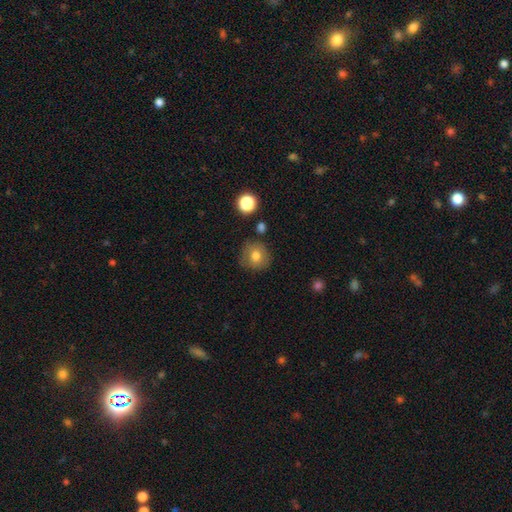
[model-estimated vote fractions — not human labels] Overall: smooth (75%). How rounded: round (89%). Merging: none (79%).